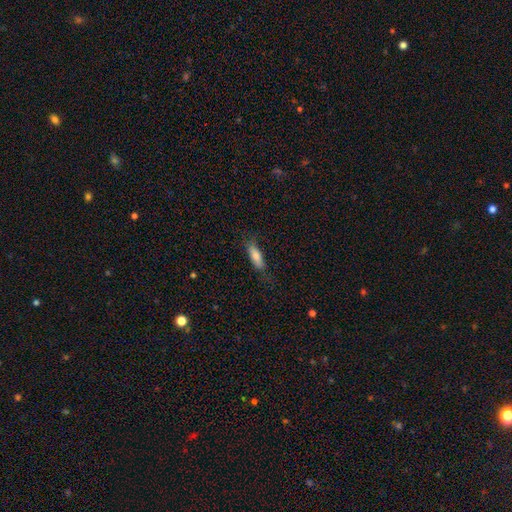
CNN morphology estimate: Smooth or featured? smooth (77%)
How rounded? in between (50%)
Merging? none (74%)